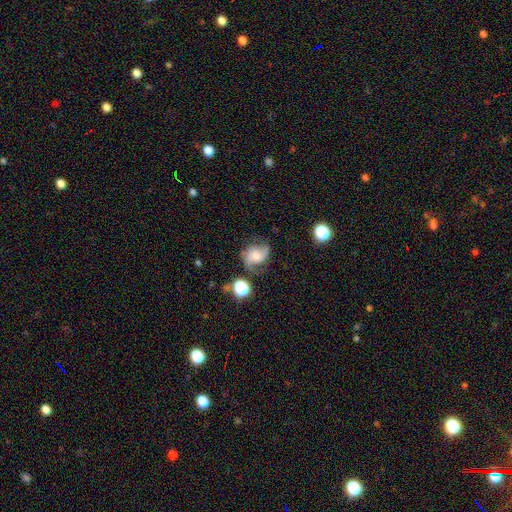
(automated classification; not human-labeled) The model was most divided on "spiral winding": loose: 45%, medium: 42%, tight: 13%. Remaining: edge-on disk — no (97%); spiral arms — yes (93%); spiral arm count — 2 (84%); smooth or featured — featured or disk (69%); bar — no (63%); merging — none (62%); bulge size — moderate (48%).